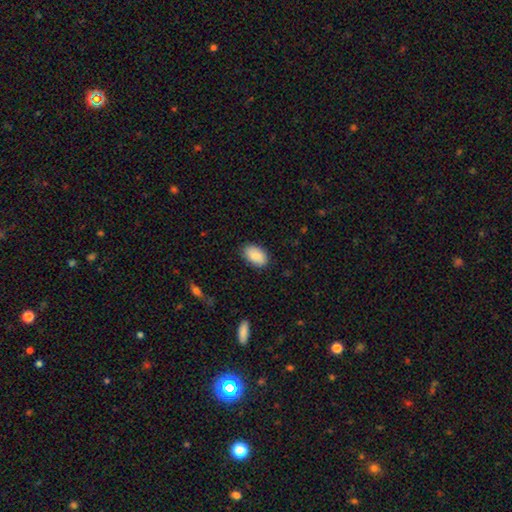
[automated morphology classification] type=smooth (87%); roundness=in between (93%); merging=none (86%).